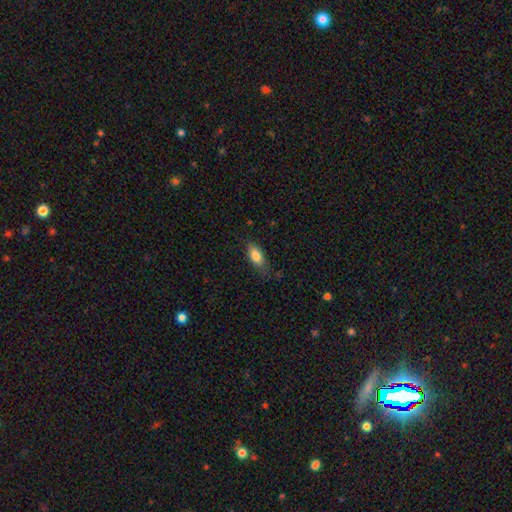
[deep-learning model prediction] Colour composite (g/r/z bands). It shows a smooth galaxy with no disk features (81%) that is in between round and cigar-shaped (80%). Merging: none (72%).